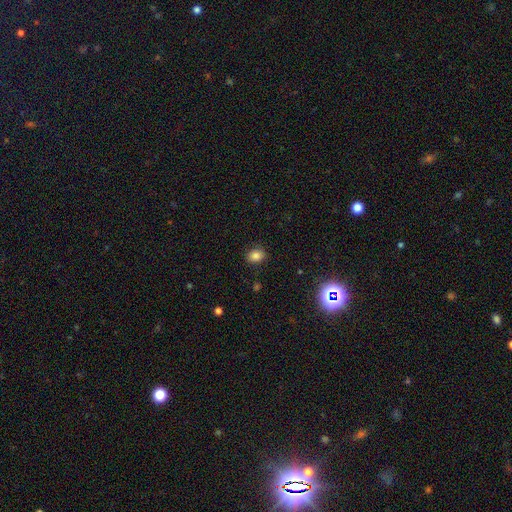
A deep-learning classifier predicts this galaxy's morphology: Smooth or featured? smooth (83%)
How rounded? in between (53%)
Merging? none (87%)